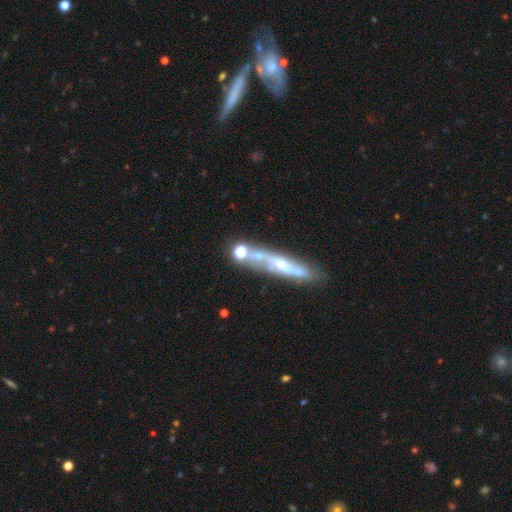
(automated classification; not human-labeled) This appears to be a featured or disk galaxy (52%). Merging: none (50%).